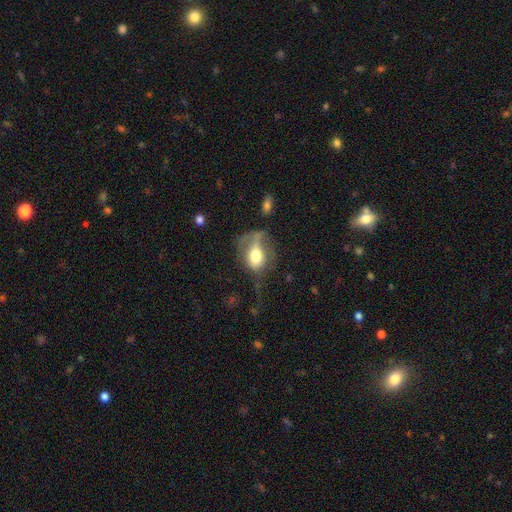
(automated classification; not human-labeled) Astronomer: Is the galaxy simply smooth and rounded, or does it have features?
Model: smooth — 56% (runner-up: featured or disk, 35%).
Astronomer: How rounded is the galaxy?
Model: in between — 62%.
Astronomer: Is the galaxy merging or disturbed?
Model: major disturbance — 44% (runner-up: none, 27%).